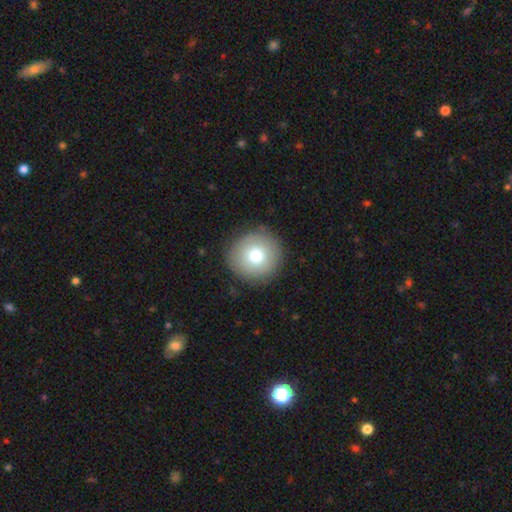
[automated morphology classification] smooth-or-featured: smooth: 76% | featured or disk: 15% | star or artifact: 9%
  how-rounded: round: 94% | in between: 5% | cigar-shaped: 1%
  merging: none: 88% | minor disturbance: 8% | major disturbance: 3% | merger: 1%